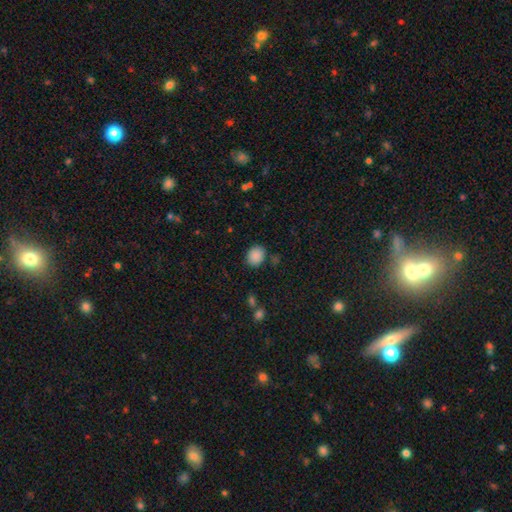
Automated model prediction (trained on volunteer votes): Morphology: type=smooth (87%); roundness=round (66%); merging=none (82%).